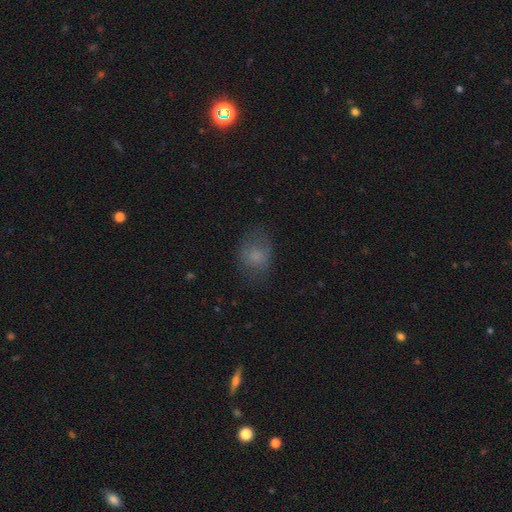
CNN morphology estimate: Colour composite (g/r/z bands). It shows a smooth galaxy with no disk features (72%) that is in between round and cigar-shaped (61%). Merging: none (63%).